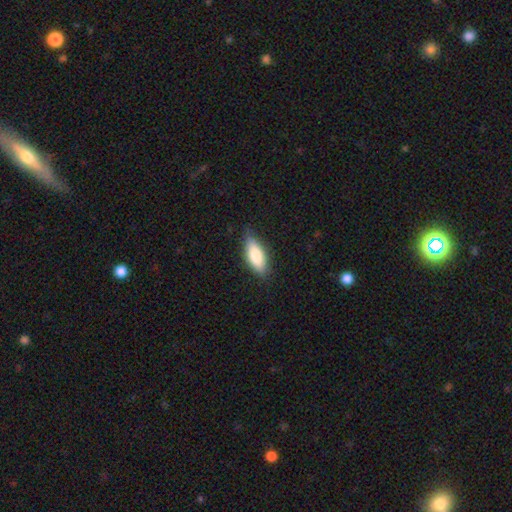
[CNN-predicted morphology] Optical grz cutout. It shows a smooth galaxy with no disk features (78%) that is in between round and cigar-shaped (74%). Merging: none (78%).